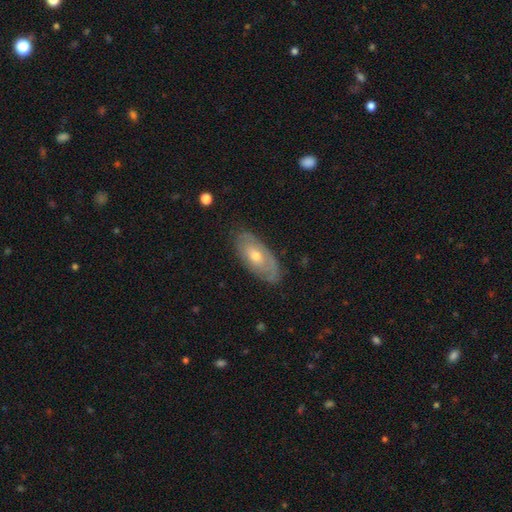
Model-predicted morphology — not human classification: Smooth or featured: featured or disk — 60% (smooth — 34%)
Edge-on disk: no — 85% (yes — 15%)
Bar: no — 80% (weak — 16%)
Spiral arms: yes — 59% (no — 41%)
Bulge size: moderate — 63% (small — 32%)
Merging: none — 76% (minor disturbance — 18%)